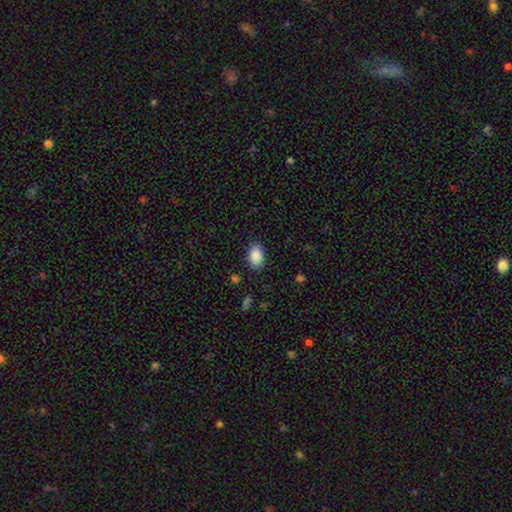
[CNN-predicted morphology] A smooth galaxy with no disk features (89%) that is in between round and cigar-shaped (89%).

Vote fractions:
- Smooth or featured? smooth: 89% / star or artifact: 7% / featured or disk: 4%
- How rounded? in between: 89% / round: 10% / cigar-shaped: 1%
- Merging? none: 85% / minor disturbance: 11% / major disturbance: 3% / merger: 1%